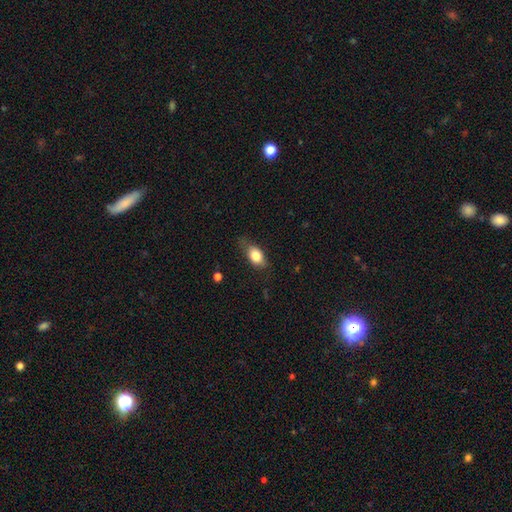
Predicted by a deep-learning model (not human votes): Overall: smooth (78%). How rounded: in between (83%). Merging: none (67%).